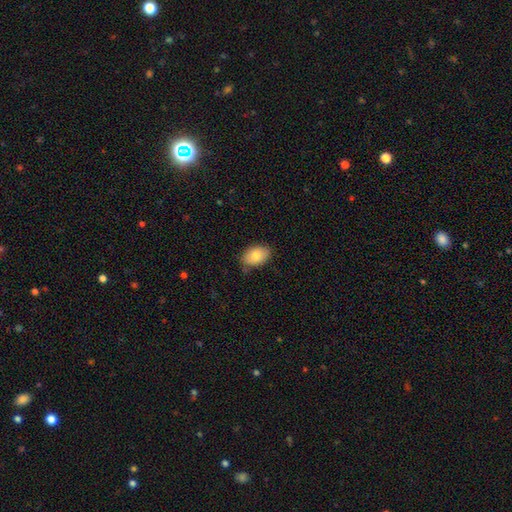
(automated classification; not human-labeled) Smooth or featured: smooth — 83% (featured or disk — 11%)
How rounded: in between — 88% (round — 10%)
Merging: none — 79% (minor disturbance — 17%)